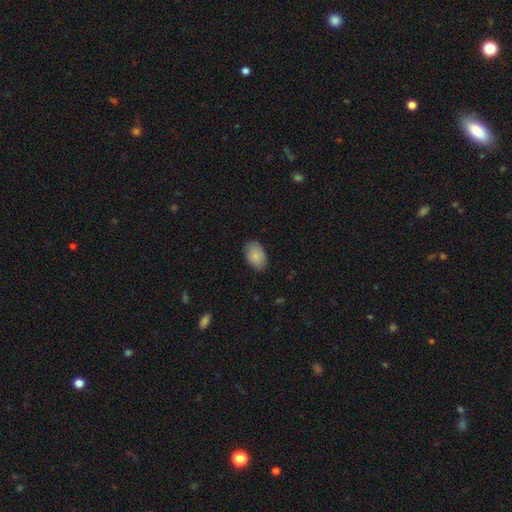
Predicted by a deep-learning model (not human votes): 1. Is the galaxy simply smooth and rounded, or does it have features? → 86% smooth, 8% featured or disk, 6% star or artifact.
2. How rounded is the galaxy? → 90% in between, 9% round, 1% cigar-shaped.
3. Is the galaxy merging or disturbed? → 83% none, 14% minor disturbance, 3% major disturbance, 1% merger.